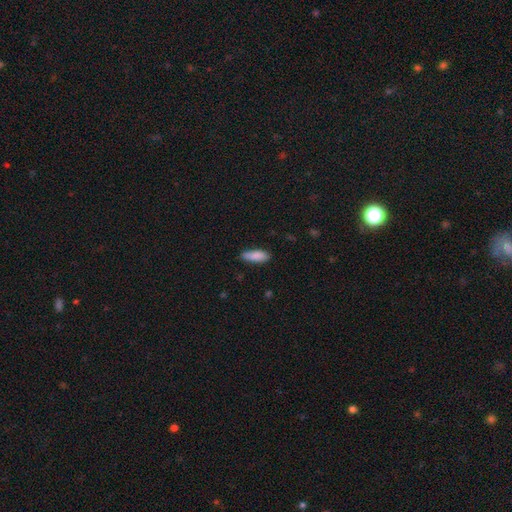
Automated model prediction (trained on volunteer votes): Morphology: type=smooth (86%); roundness=in between (64%); merging=none (72%).